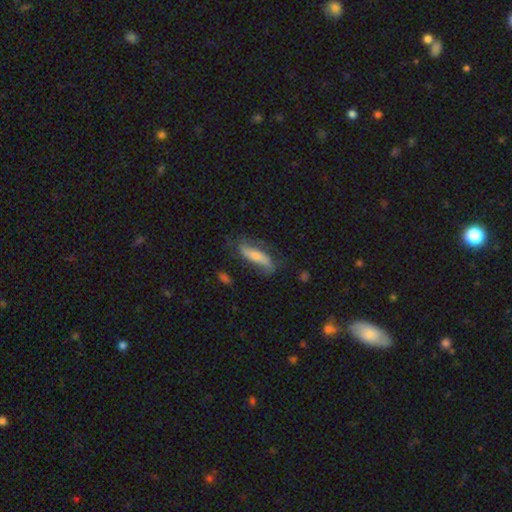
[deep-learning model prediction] Morphology: type=smooth (48%); merging=none (64%).